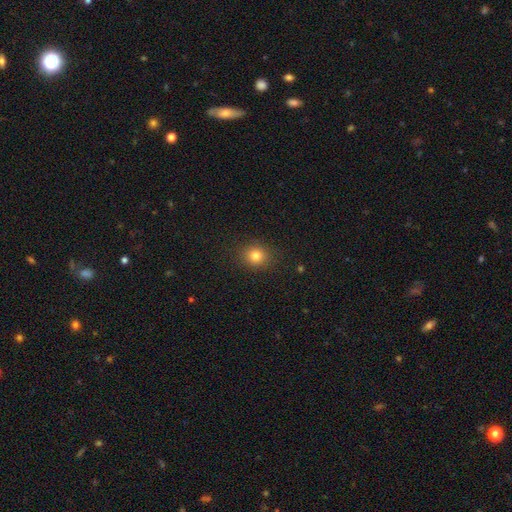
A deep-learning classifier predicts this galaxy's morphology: smooth_or_featured: smooth (p=0.80) [alt: star or artifact p=0.13]
how_rounded: round (p=0.81) [alt: in between p=0.18]
merging: none (p=0.89) [alt: minor disturbance p=0.08]